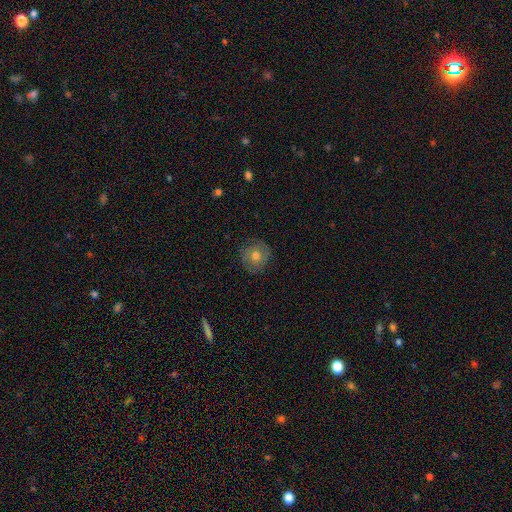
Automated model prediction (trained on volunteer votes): smooth_or_featured: smooth (p=0.47) [alt: featured or disk p=0.42]
merging: none (p=0.84) [alt: minor disturbance p=0.12]